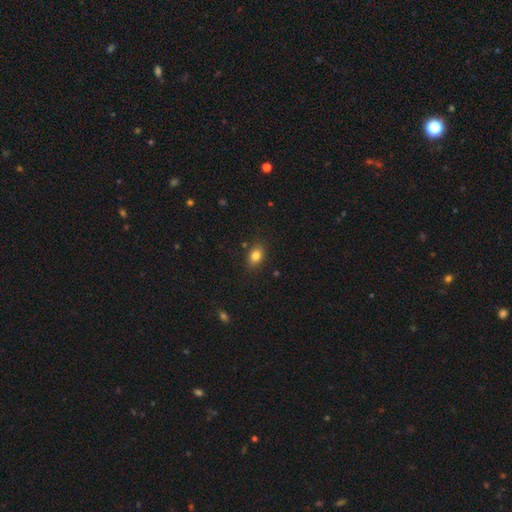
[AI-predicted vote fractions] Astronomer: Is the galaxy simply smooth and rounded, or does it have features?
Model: smooth — 82%.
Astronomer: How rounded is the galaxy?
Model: in between — 76%.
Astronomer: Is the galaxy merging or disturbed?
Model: none — 84%.